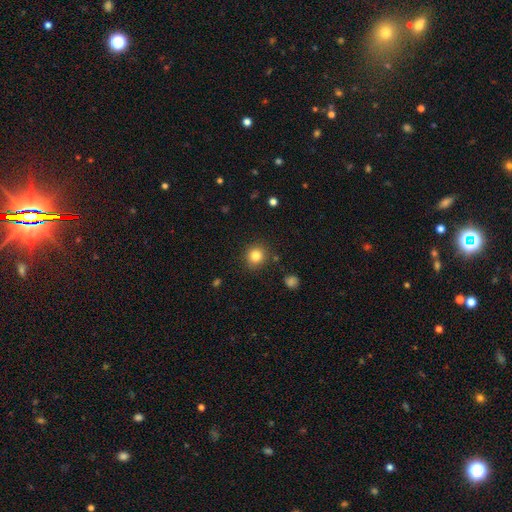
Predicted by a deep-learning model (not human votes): The model was most divided on "smooth or featured": smooth: 83%, star or artifact: 11%, featured or disk: 6%. More confident: how rounded — round (89%); merging — none (87%).